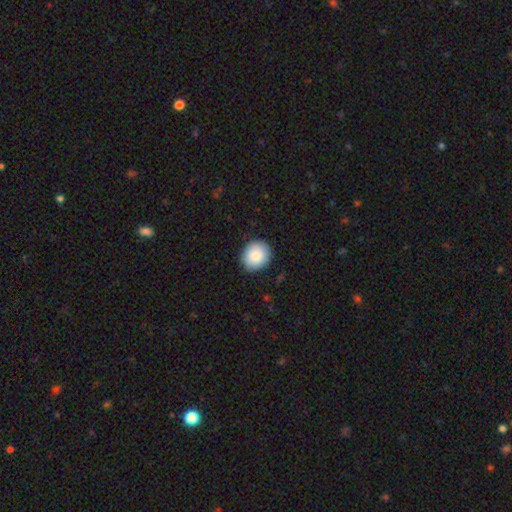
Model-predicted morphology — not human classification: type=smooth (87%); roundness=round (77%); merging=none (88%).